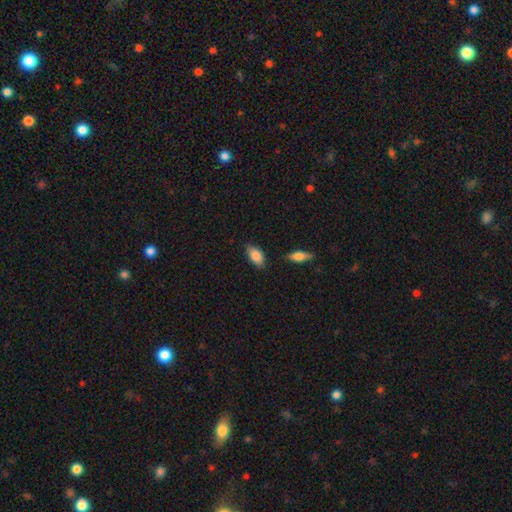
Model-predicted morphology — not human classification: smooth-or-featured: smooth: 85% | featured or disk: 8% | star or artifact: 7%
  how-rounded: in between: 92% | cigar-shaped: 4% | round: 4%
  merging: none: 81% | minor disturbance: 14% | merger: 3% | major disturbance: 3%